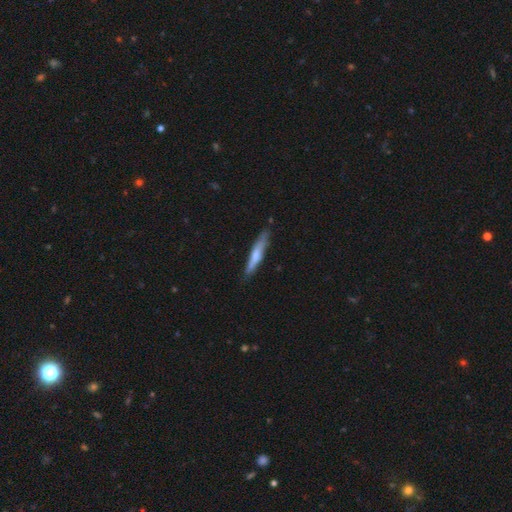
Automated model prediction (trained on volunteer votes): smooth_or_featured: smooth (p=0.61) [alt: featured or disk p=0.33]
how_rounded: cigar-shaped (p=0.92) [alt: in between p=0.07]
merging: none (p=0.78) [alt: minor disturbance p=0.17]